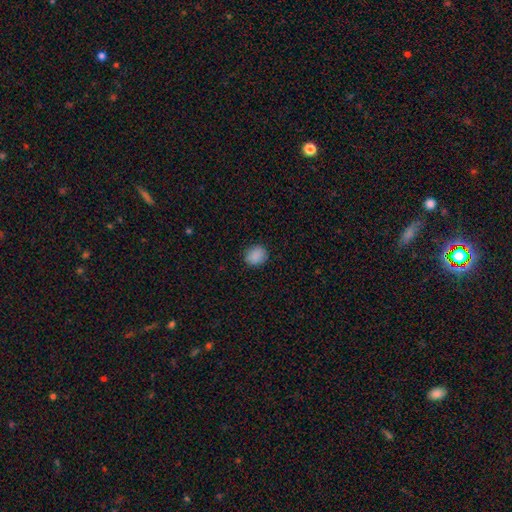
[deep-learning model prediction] smooth-or-featured: smooth: 89% | star or artifact: 8% | featured or disk: 3%
  how-rounded: round: 66% | in between: 33% | cigar-shaped: 1%
  merging: none: 88% | minor disturbance: 9% | major disturbance: 2% | merger: 1%